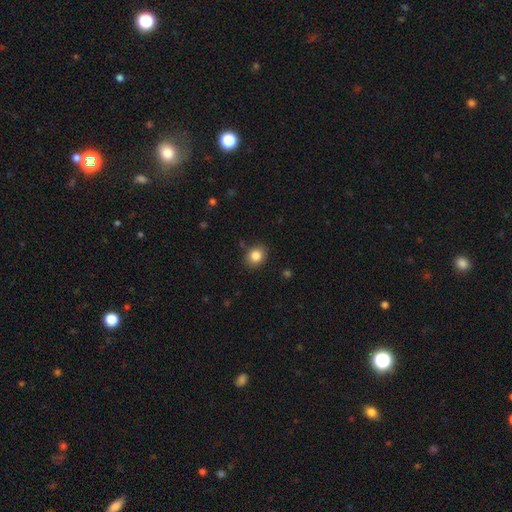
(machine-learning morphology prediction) Smooth or featured?
  - smooth: 84% *
  - star or artifact: 10%
  - featured or disk: 6%
How rounded?
  - round: 60% *
  - in between: 39%
  - cigar-shaped: 1%
Merging?
  - none: 86% *
  - minor disturbance: 9%
  - major disturbance: 2%
  - merger: 2%